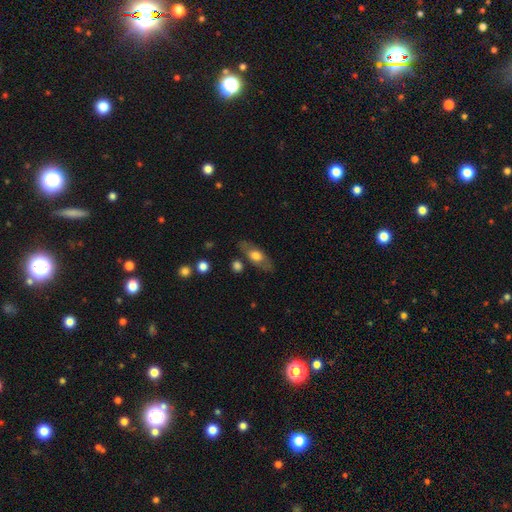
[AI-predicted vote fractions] A smooth galaxy with no disk features (55%) that is in between round and cigar-shaped (74%).

Vote fractions:
- Smooth or featured? smooth: 55% / featured or disk: 38% / star or artifact: 7%
- How rounded? in between: 74% / cigar-shaped: 19% / round: 7%
- Merging? none: 75% / minor disturbance: 15% / major disturbance: 5% / merger: 4%